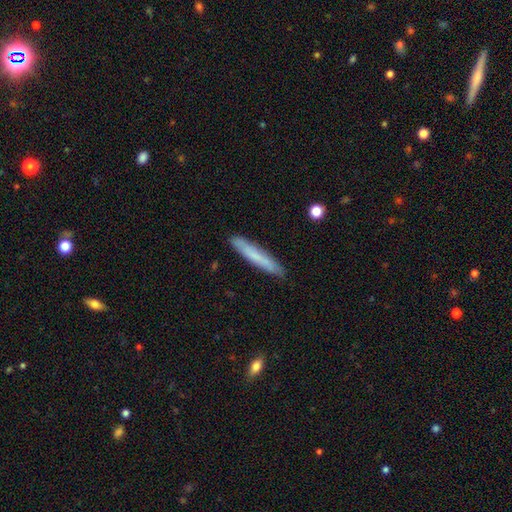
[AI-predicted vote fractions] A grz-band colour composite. It shows a smooth galaxy with no disk features (67%) that is cigar-shaped (94%). Merging: none (88%).